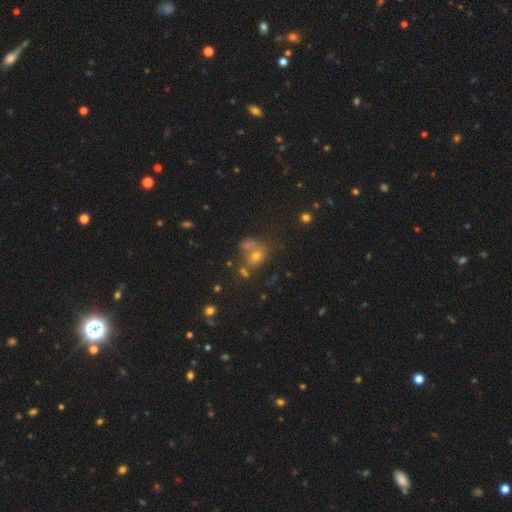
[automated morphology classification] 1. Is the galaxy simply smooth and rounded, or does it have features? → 54% smooth, 25% star or artifact, 21% featured or disk.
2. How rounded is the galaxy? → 70% round, 29% in between, 1% cigar-shaped.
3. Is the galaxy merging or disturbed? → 40% none, 35% merger, 13% minor disturbance, 12% major disturbance.